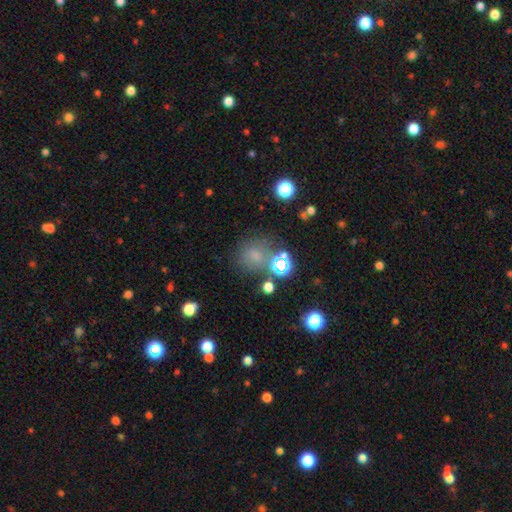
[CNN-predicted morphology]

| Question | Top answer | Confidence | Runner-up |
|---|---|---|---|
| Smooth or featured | smooth | 62% | star or artifact (26%) |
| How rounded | round | 78% | in between (21%) |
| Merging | none | 65% | minor disturbance (16%) |